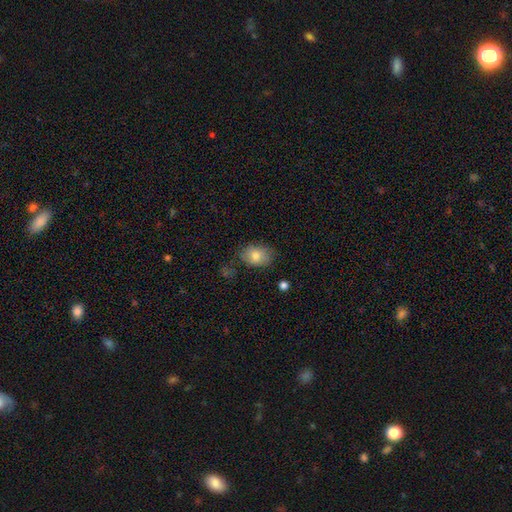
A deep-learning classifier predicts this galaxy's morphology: smooth_or_featured: smooth (p=0.80) [alt: featured or disk p=0.12]
how_rounded: in between (p=0.74) [alt: round p=0.25]
merging: none (p=0.72) [alt: minor disturbance p=0.20]